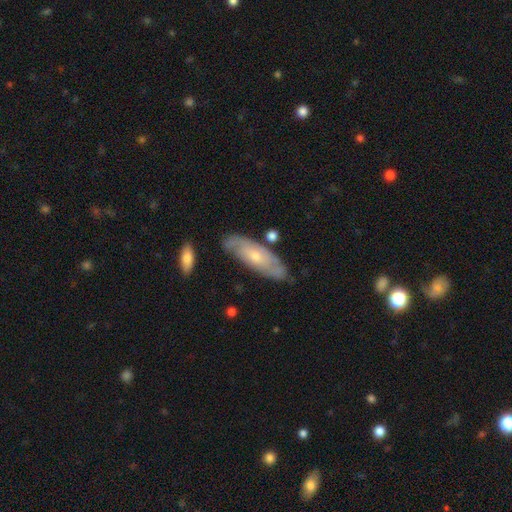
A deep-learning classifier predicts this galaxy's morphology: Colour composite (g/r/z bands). It shows a featured or disk galaxy (59%). Merging: none (74%).